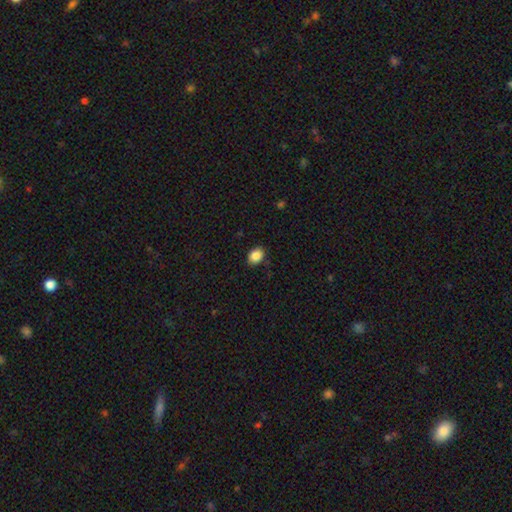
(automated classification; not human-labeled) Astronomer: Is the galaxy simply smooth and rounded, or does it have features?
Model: smooth — 88%.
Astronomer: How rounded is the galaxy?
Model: in between — 70%.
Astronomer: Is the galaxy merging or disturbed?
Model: none — 86%.